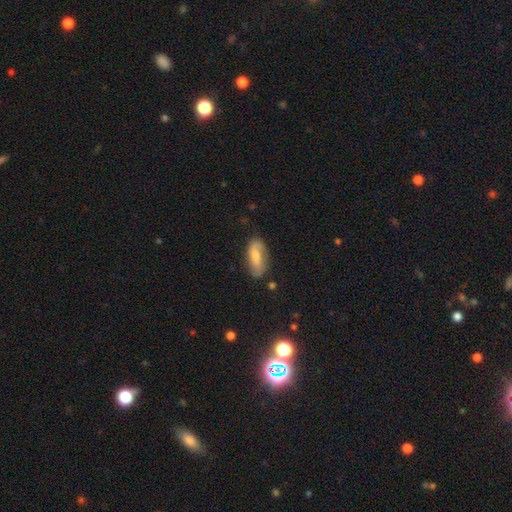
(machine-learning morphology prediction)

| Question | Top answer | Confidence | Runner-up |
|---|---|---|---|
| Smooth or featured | smooth | 61% | featured or disk (33%) |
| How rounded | in between | 81% | cigar-shaped (16%) |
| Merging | none | 67% | minor disturbance (24%) |